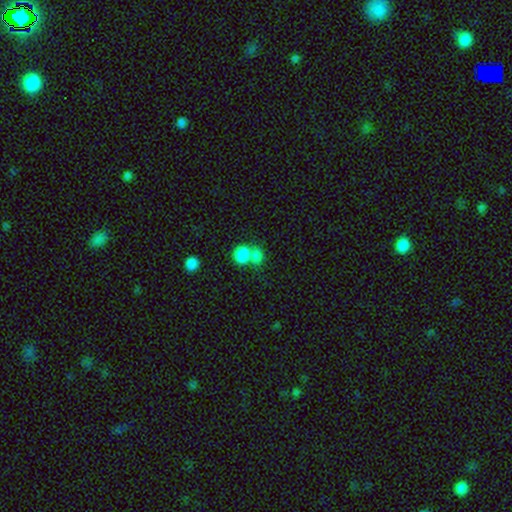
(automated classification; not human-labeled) A smooth galaxy with no disk features (81%) that is round (61%).

Vote fractions:
- Smooth or featured? smooth: 81% / star or artifact: 10% / featured or disk: 8%
- How rounded? round: 61% / in between: 38% / cigar-shaped: 1%
- Merging? merger: 54% / none: 35% / minor disturbance: 7% / major disturbance: 4%